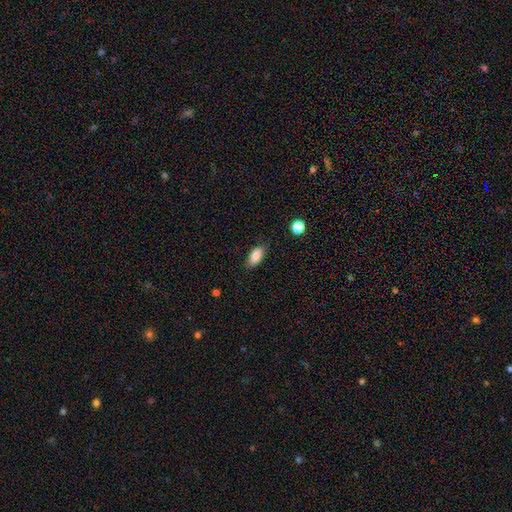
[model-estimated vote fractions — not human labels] This appears to be a smooth galaxy with no disk features (86%) that is in between round and cigar-shaped (88%). Merging: none (81%).